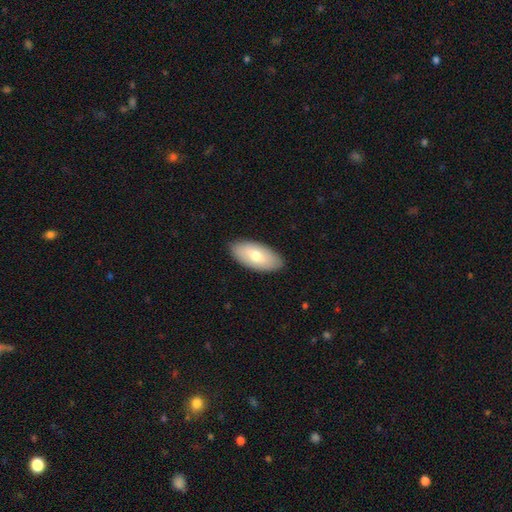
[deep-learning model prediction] smooth-or-featured: smooth: 71% | featured or disk: 24% | star or artifact: 6%
  how-rounded: in between: 93% | cigar-shaped: 5% | round: 2%
  merging: none: 88% | minor disturbance: 9% | major disturbance: 2% | merger: 1%